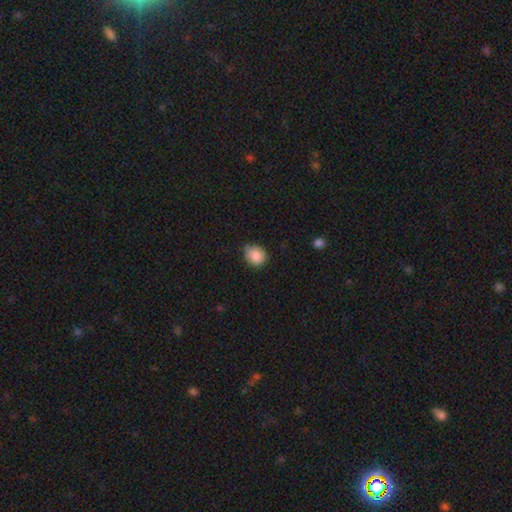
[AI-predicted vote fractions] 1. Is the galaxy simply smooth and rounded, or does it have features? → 87% smooth, 9% star or artifact, 5% featured or disk.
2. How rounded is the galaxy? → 75% round, 24% in between, 1% cigar-shaped.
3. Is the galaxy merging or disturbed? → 69% none, 26% minor disturbance, 4% major disturbance, 2% merger.